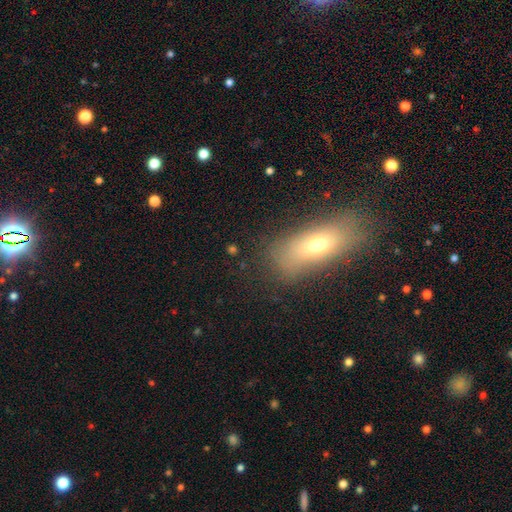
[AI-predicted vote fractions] Smooth or featured?
  - smooth: 54% *
  - featured or disk: 26%
  - star or artifact: 20%
How rounded?
  - in between: 64% *
  - cigar-shaped: 29%
  - round: 7%
Merging?
  - none: 82% *
  - minor disturbance: 11%
  - major disturbance: 5%
  - merger: 2%